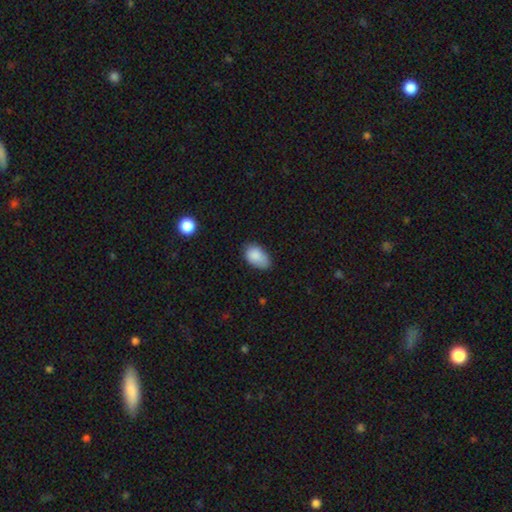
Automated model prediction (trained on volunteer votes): Smooth or featured: smooth — 86% (star or artifact — 8%)
How rounded: in between — 91% (round — 8%)
Merging: none — 60% (minor disturbance — 32%)